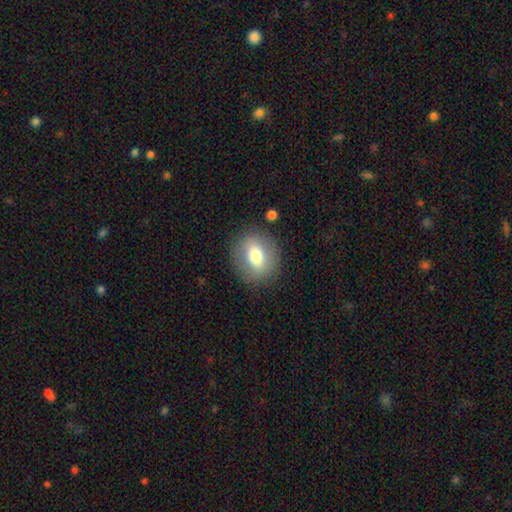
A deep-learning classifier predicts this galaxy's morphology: Q: Smooth or featured?
A: smooth (70%); runner-up: featured or disk (21%)
Q: How rounded?
A: round (75%); runner-up: in between (24%)
Q: Merging?
A: none (85%); runner-up: minor disturbance (10%)